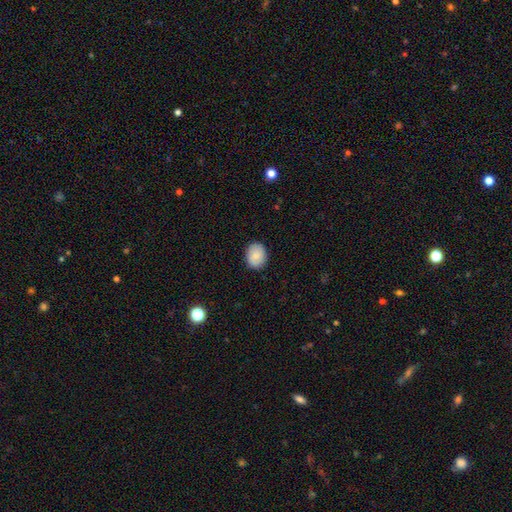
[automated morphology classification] type=smooth (87%); roundness=in between (52%); merging=none (88%).